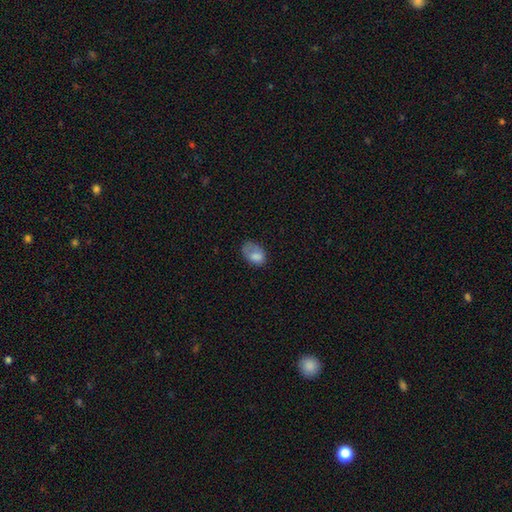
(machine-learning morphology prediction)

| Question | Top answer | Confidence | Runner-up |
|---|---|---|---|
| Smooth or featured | smooth | 74% | featured or disk (17%) |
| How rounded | in between | 81% | round (18%) |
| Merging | none | 40% | minor disturbance (32%) |